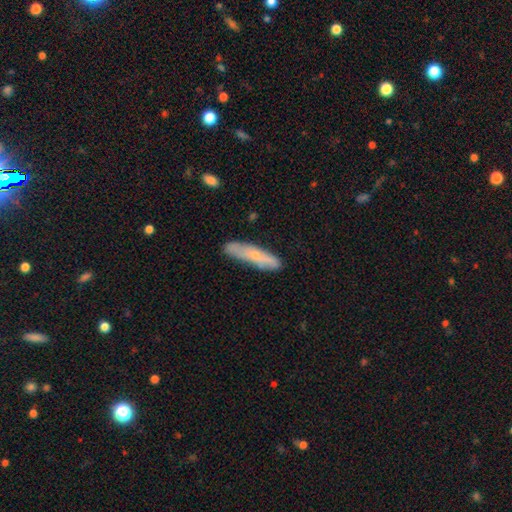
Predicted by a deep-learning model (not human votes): smooth 55%, featured or disk 39%, star or artifact 6%. Down the decision tree: how rounded — cigar-shaped (79%); merging — none (76%).